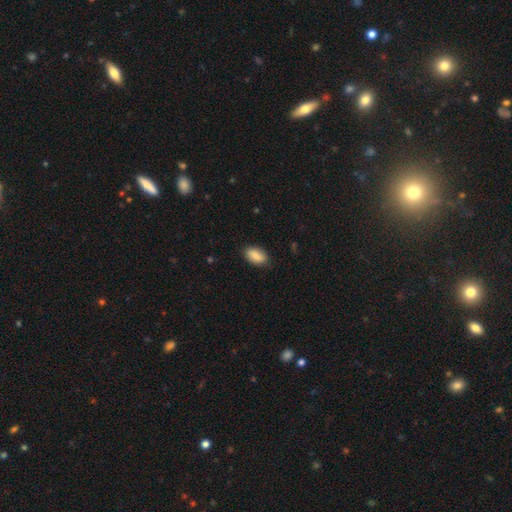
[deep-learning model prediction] smooth 88%, star or artifact 7%, featured or disk 6%. Down the decision tree: how rounded — in between (93%); merging — none (82%).